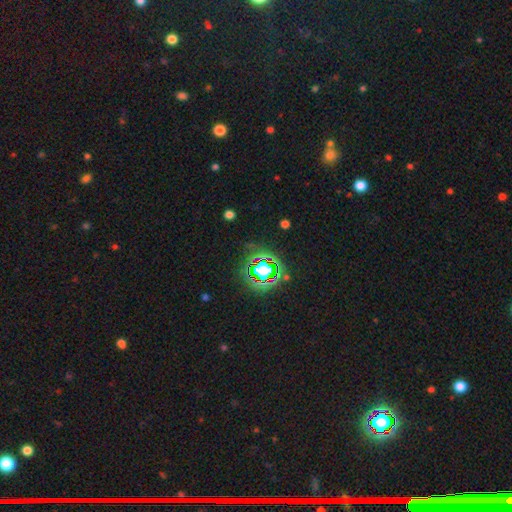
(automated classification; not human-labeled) smooth_or_featured: star or artifact (p=0.81) [alt: smooth p=0.12]